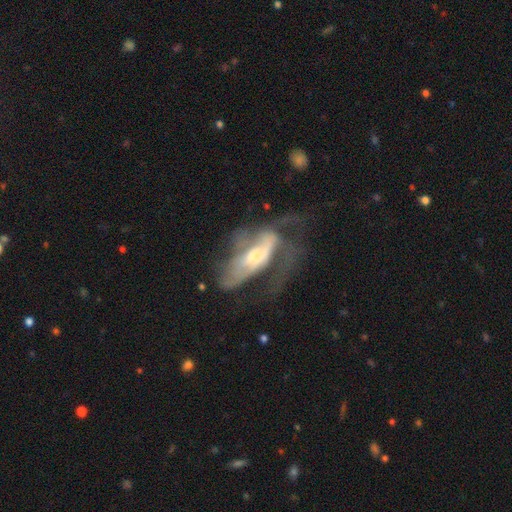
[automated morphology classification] Overall: featured or disk (68%). Edge-on disk: no (84%). Bar: no (53%; weak 30%). Spiral arms: yes (55%; no 45%). Bulge size: moderate (50%; large 22%). Merging: major disturbance (57%; none 20%).